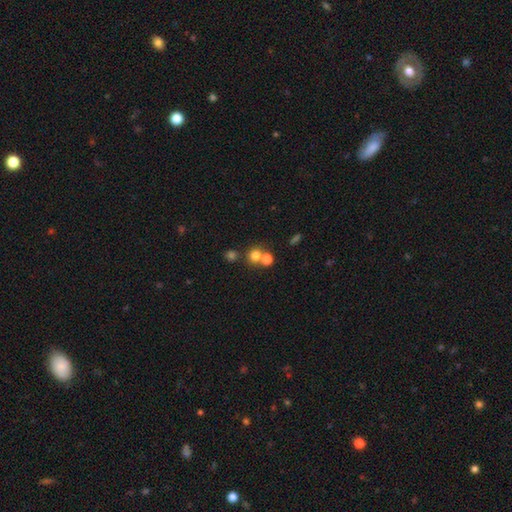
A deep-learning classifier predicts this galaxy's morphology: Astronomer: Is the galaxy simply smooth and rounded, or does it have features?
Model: smooth — 74%.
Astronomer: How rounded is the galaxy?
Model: round — 84%.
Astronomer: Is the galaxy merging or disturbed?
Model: none — 51% (runner-up: merger, 39%).